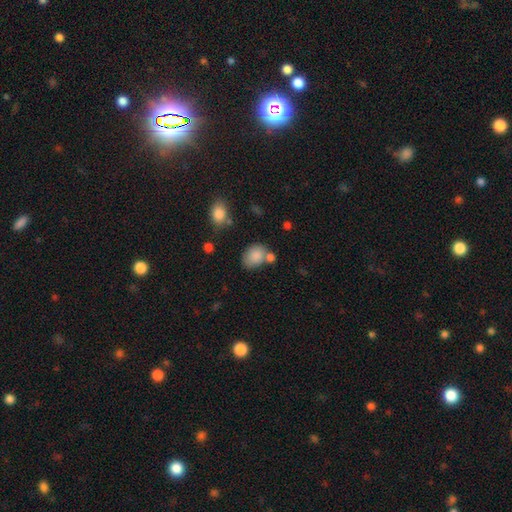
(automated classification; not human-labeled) A smooth galaxy with no disk features (85%) that is in between round and cigar-shaped (64%). Merging: none (54%).